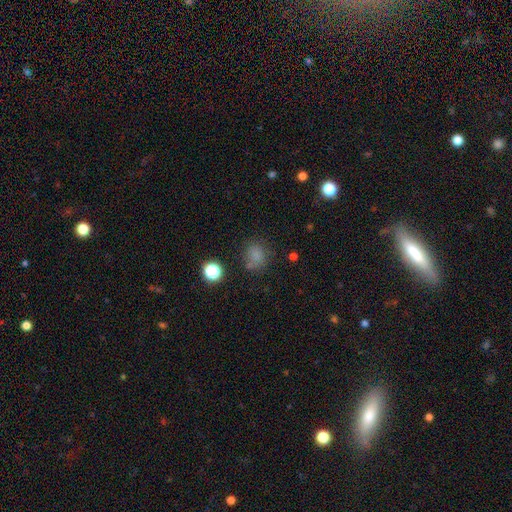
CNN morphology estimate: smooth_or_featured: smooth (p=0.74) [alt: star or artifact p=0.19]
how_rounded: round (p=0.72) [alt: in between p=0.27]
merging: none (p=0.67) [alt: minor disturbance p=0.18]